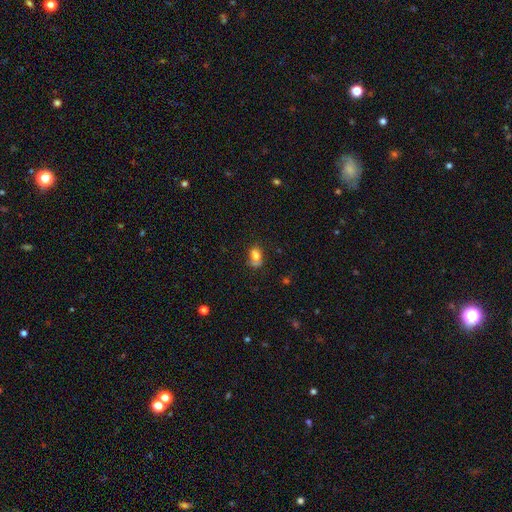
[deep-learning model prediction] This appears to be a smooth galaxy with no disk features (72%) that is in between round and cigar-shaped (70%). Merging: none (41%).